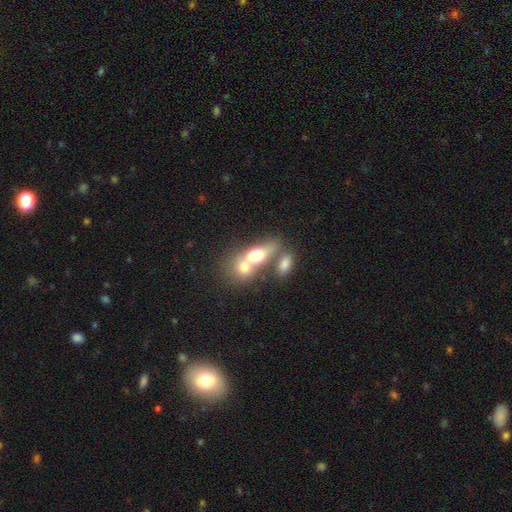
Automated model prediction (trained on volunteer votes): Smooth or featured: smooth — 66% (featured or disk — 26%)
How rounded: in between — 67% (round — 23%)
Merging: merger — 67% (none — 20%)